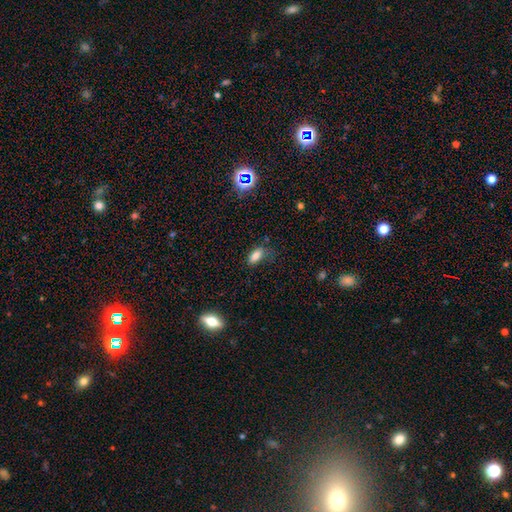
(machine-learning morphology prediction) smooth 80%, star or artifact 13%, featured or disk 7%. Down the decision tree: how rounded — in between (86%); merging — none (59%).